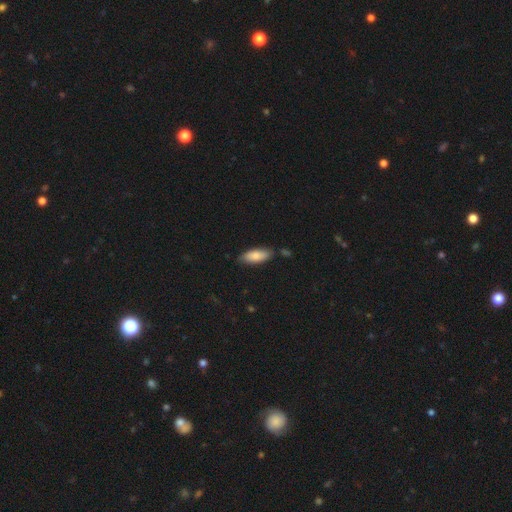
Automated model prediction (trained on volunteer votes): A smooth galaxy with no disk features (82%) that is in between round and cigar-shaped (74%).

Vote fractions:
- Smooth or featured? smooth: 82% / featured or disk: 12% / star or artifact: 6%
- How rounded? in between: 74% / cigar-shaped: 24% / round: 2%
- Merging? none: 78% / minor disturbance: 16% / merger: 4% / major disturbance: 3%